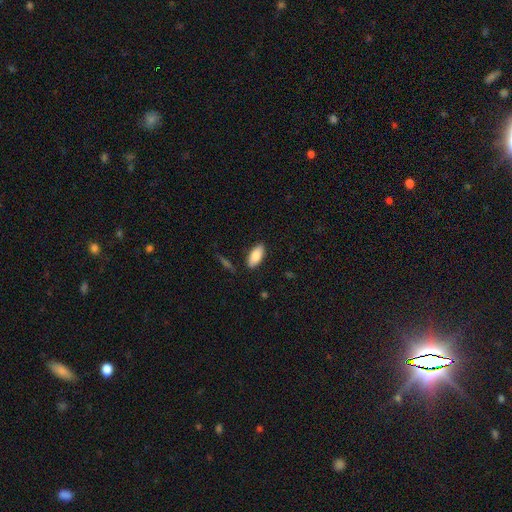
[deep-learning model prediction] This is clearly a smooth galaxy (84%). How rounded: clearly in between (86%). Merging: clearly none (86%).